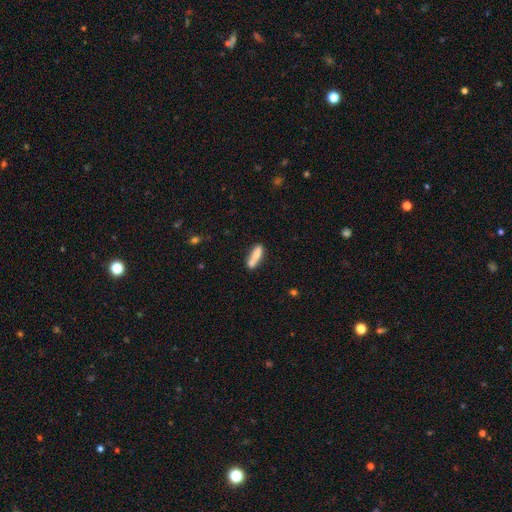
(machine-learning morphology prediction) Q: Smooth or featured?
A: smooth (75%); runner-up: featured or disk (18%)
Q: How rounded?
A: cigar-shaped (63%); runner-up: in between (34%)
Q: Merging?
A: none (49%); runner-up: merger (28%)